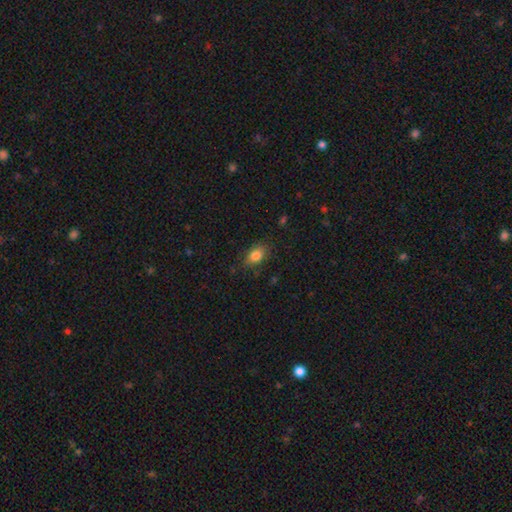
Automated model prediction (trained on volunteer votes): smooth-or-featured: smooth: 83% | star or artifact: 9% | featured or disk: 8%
  how-rounded: in between: 78% | round: 20% | cigar-shaped: 2%
  merging: none: 80% | minor disturbance: 15% | major disturbance: 4% | merger: 1%